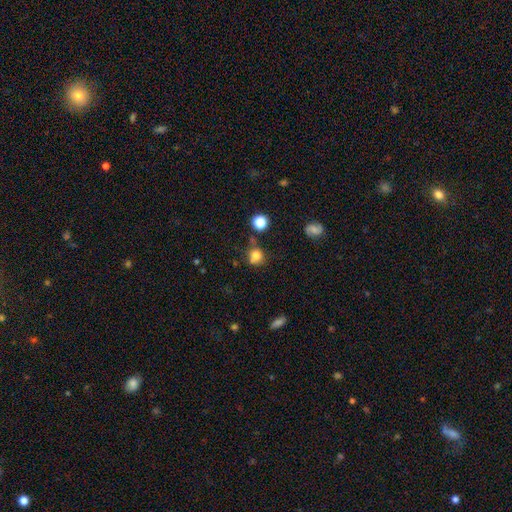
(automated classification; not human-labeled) A smooth galaxy with no disk features (77%) that is round (86%).

Vote fractions:
- Smooth or featured? smooth: 77% / star or artifact: 14% / featured or disk: 9%
- How rounded? round: 86% / in between: 13% / cigar-shaped: 1%
- Merging? none: 63% / minor disturbance: 18% / merger: 13% / major disturbance: 6%